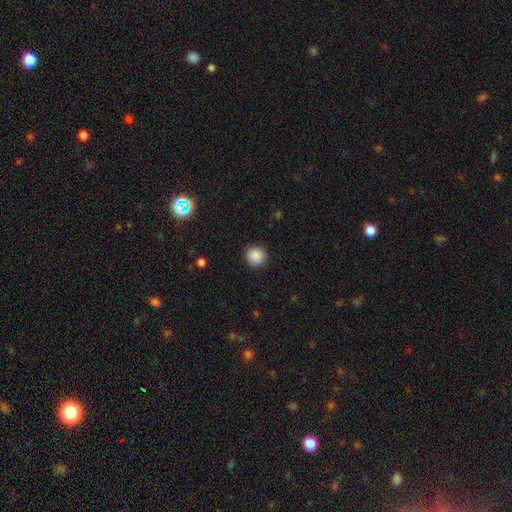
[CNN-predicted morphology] Q: Smooth or featured?
A: smooth (87%); runner-up: star or artifact (9%)
Q: How rounded?
A: round (93%); runner-up: in between (6%)
Q: Merging?
A: none (90%); runner-up: minor disturbance (7%)